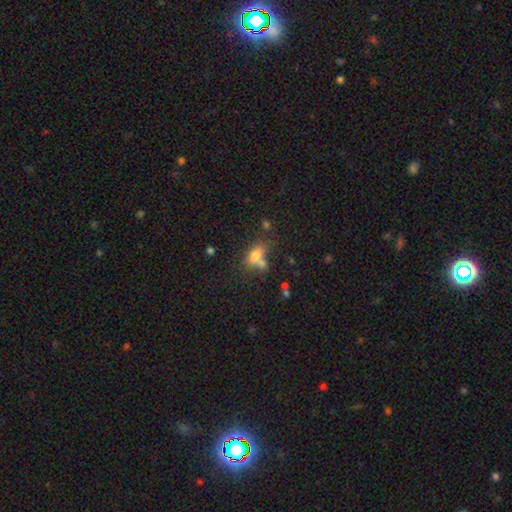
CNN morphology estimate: Smooth or featured?
  - smooth: 74% *
  - featured or disk: 14%
  - star or artifact: 12%
How rounded?
  - in between: 82% *
  - round: 13%
  - cigar-shaped: 5%
Merging?
  - none: 41% *
  - merger: 37%
  - minor disturbance: 14%
  - major disturbance: 7%